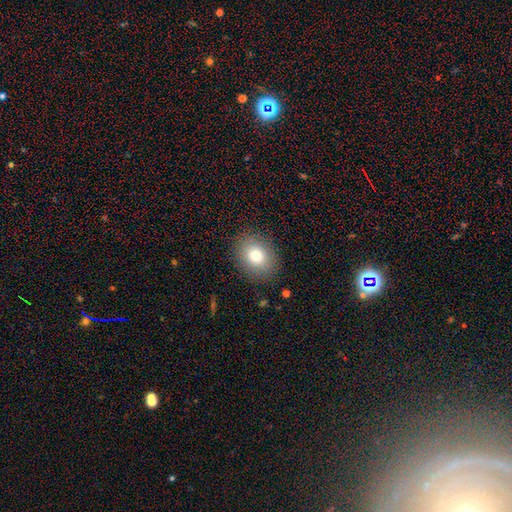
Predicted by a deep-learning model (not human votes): Smooth or featured: smooth — 82% (featured or disk — 10%)
How rounded: in between — 58% (round — 41%)
Merging: none — 87% (minor disturbance — 9%)